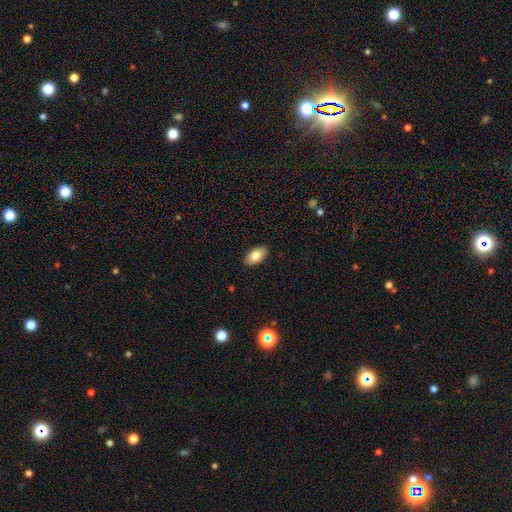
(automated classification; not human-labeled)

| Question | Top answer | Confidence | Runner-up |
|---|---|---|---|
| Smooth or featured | smooth | 80% | featured or disk (13%) |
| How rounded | in between | 94% | round (4%) |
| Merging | none | 89% | minor disturbance (8%) |